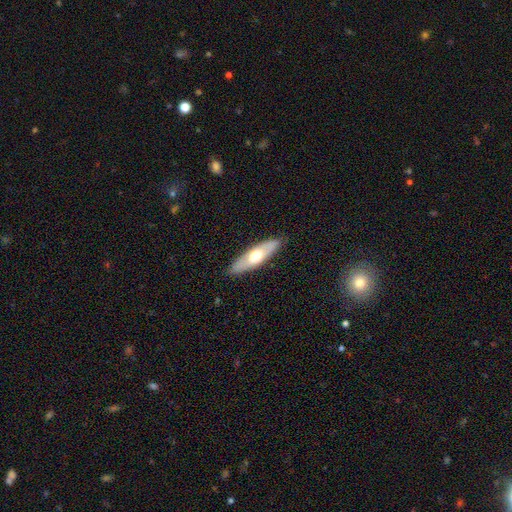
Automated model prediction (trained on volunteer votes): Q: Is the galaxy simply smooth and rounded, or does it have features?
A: smooth — 50%.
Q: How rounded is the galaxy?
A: cigar-shaped — 50%.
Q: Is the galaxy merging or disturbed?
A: none — 87%.